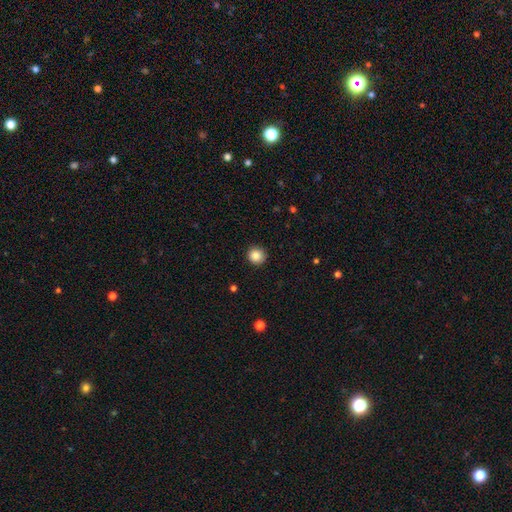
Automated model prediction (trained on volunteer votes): Overall: smooth (86%). How rounded: round (94%). Merging: none (91%).